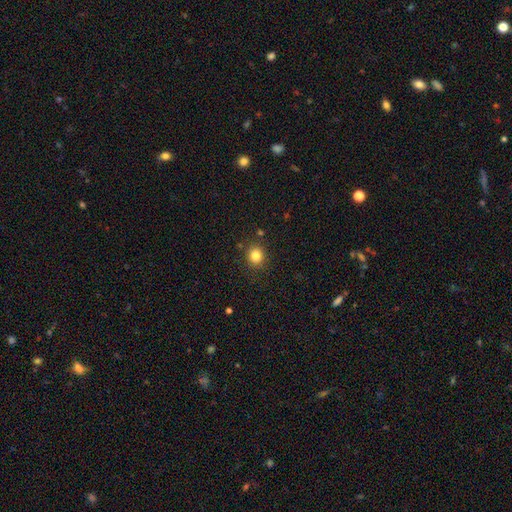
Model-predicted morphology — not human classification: smooth-or-featured: smooth: 82% | star or artifact: 12% | featured or disk: 5%
  how-rounded: round: 83% | in between: 16% | cigar-shaped: 1%
  merging: none: 87% | minor disturbance: 8% | major disturbance: 2% | merger: 2%